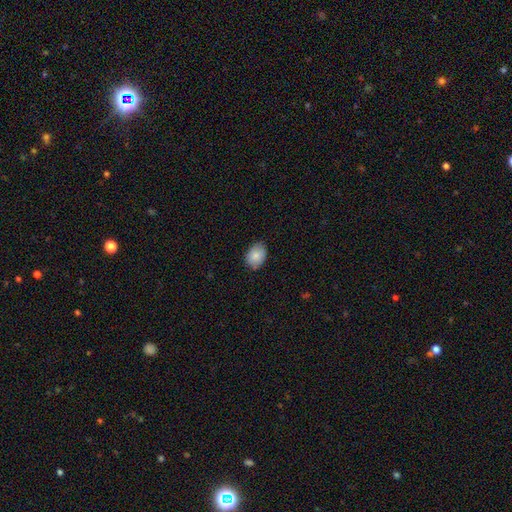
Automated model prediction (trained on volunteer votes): The model was most divided on "how rounded": in between: 71%, round: 28%, cigar-shaped: 1%. More confident: smooth or featured — smooth (86%); merging — none (81%).